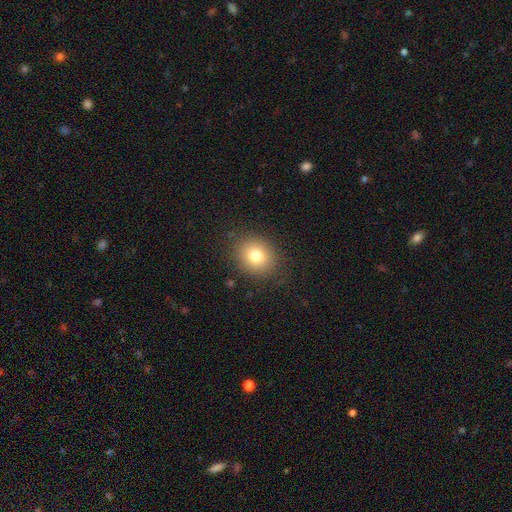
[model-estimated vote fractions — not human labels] Smooth or featured? Predicted: smooth (p=0.78). How rounded? Predicted: round (p=0.72). Merging? Predicted: none (p=0.86).